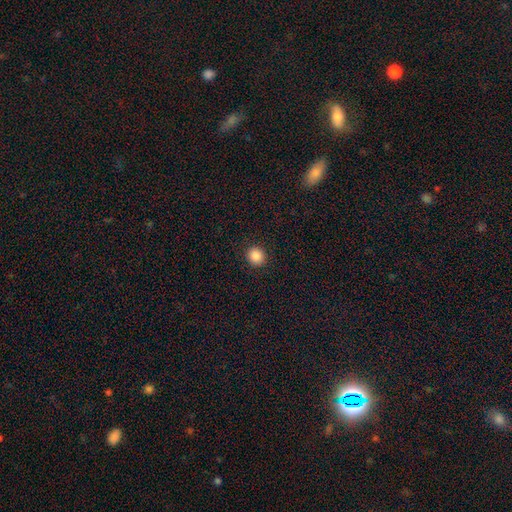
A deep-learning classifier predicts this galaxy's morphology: A smooth galaxy with no disk features (87%) that is round (87%).

Vote fractions:
- Smooth or featured? smooth: 87% / star or artifact: 10% / featured or disk: 3%
- How rounded? round: 87% / in between: 12% / cigar-shaped: 1%
- Merging? none: 92% / minor disturbance: 5% / major disturbance: 2% / merger: 1%